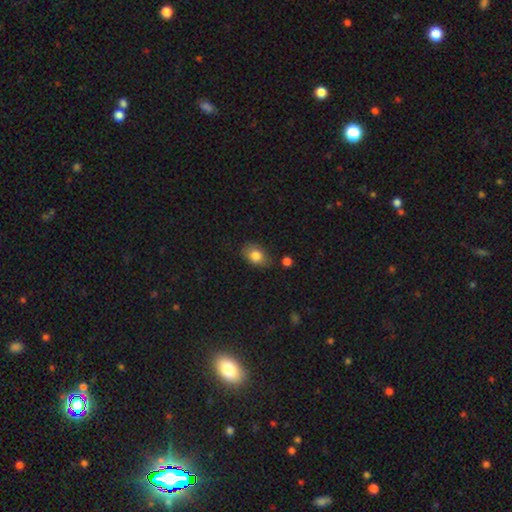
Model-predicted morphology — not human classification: This appears to be a smooth galaxy with no disk features (82%) that is in between round and cigar-shaped (77%). Merging: none (73%).